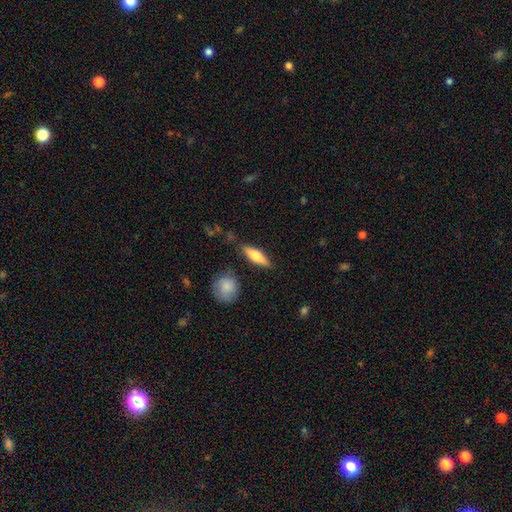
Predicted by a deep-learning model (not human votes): Morphology: type=smooth (61%); roundness=cigar-shaped (52%); merging=none (83%).